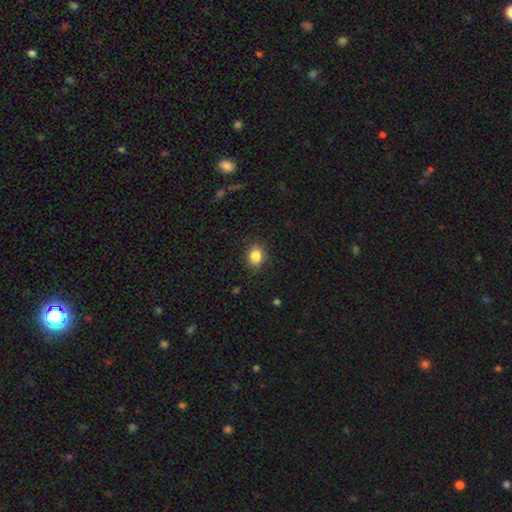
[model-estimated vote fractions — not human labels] A smooth galaxy with no disk features (85%) that is round (51%). Merging: none (84%).